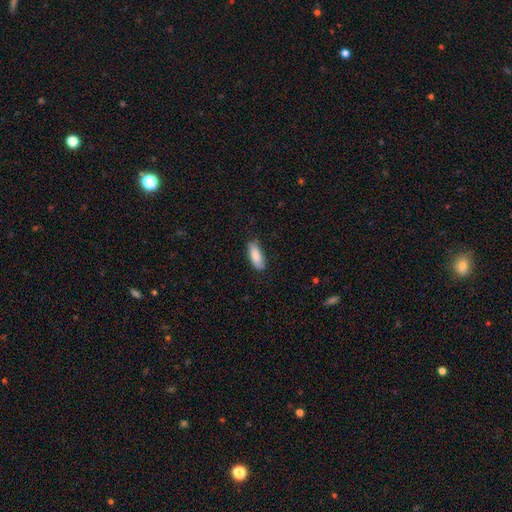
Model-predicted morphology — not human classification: smooth_or_featured: smooth (p=0.85) [alt: featured or disk p=0.09]
how_rounded: in between (p=0.72) [alt: cigar-shaped p=0.26]
merging: none (p=0.80) [alt: minor disturbance p=0.16]